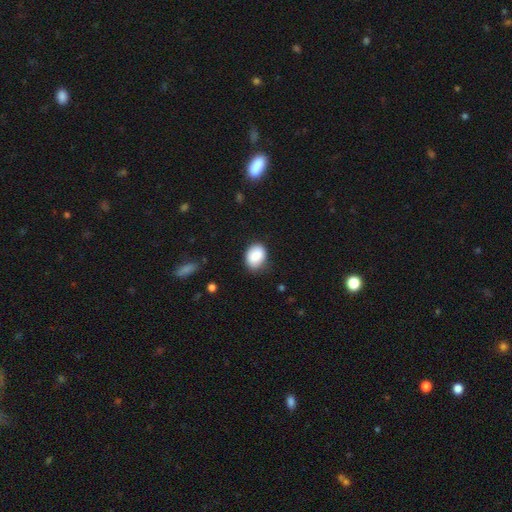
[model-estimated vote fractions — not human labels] Q: Smooth or featured?
A: smooth (87%); runner-up: star or artifact (7%)
Q: How rounded?
A: in between (72%); runner-up: round (27%)
Q: Merging?
A: none (77%); runner-up: minor disturbance (18%)